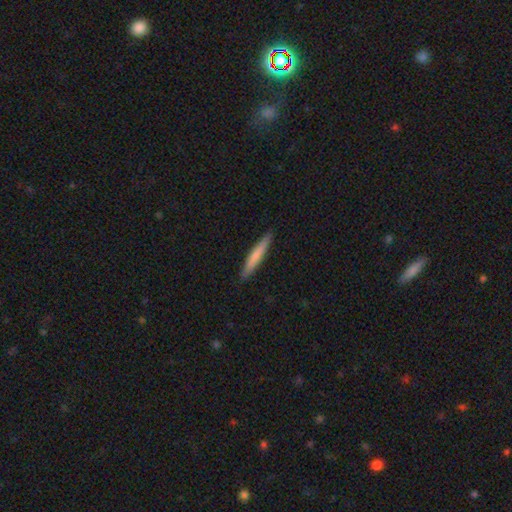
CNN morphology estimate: Smooth or featured? Predicted: smooth (p=0.70). How rounded? Predicted: cigar-shaped (p=0.95). Merging? Predicted: none (p=0.91).